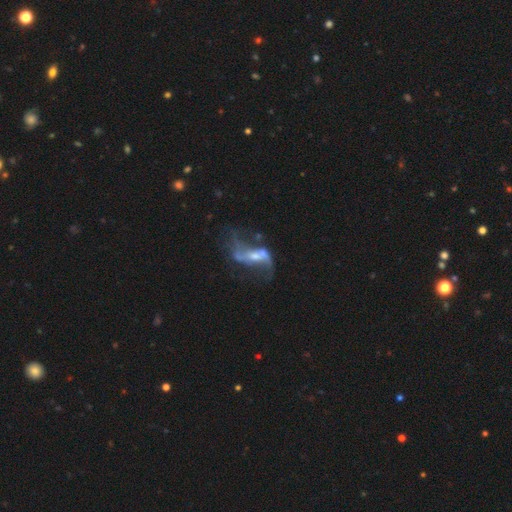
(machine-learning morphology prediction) A featured or disk galaxy (85%) with a weak bar (37%), 2 (89%) loose (87%) spiral arms (89%) and a small central bulge (47%). Merging: none (51%).